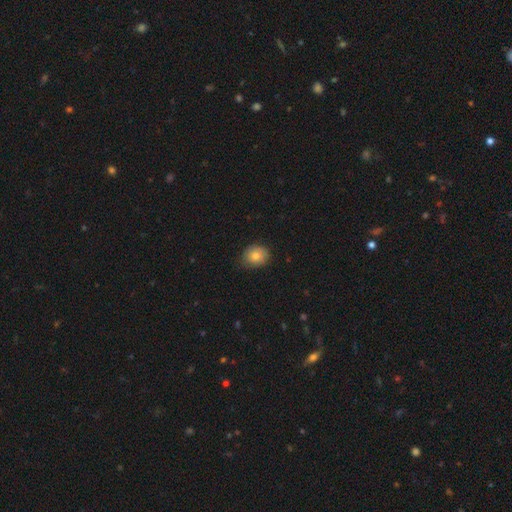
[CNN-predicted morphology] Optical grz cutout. It shows a smooth galaxy with no disk features (80%) that is round (59%). Merging: none (74%).